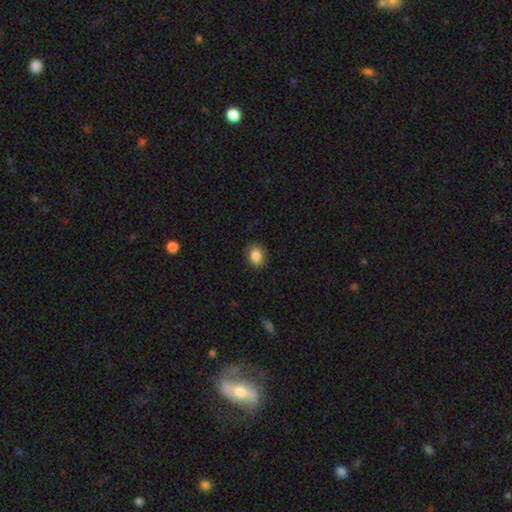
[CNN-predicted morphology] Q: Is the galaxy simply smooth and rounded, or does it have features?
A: smooth — 87%.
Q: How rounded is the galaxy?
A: in between — 53%.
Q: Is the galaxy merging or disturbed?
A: none — 86%.